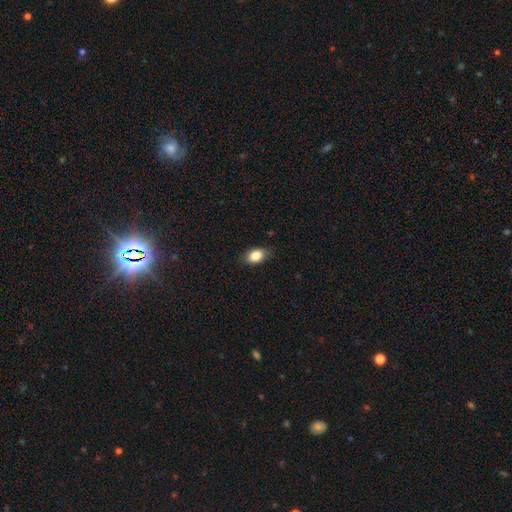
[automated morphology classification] smooth_or_featured: smooth (p=0.86) [alt: star or artifact p=0.08]
how_rounded: in between (p=0.83) [alt: round p=0.16]
merging: none (p=0.82) [alt: minor disturbance p=0.14]